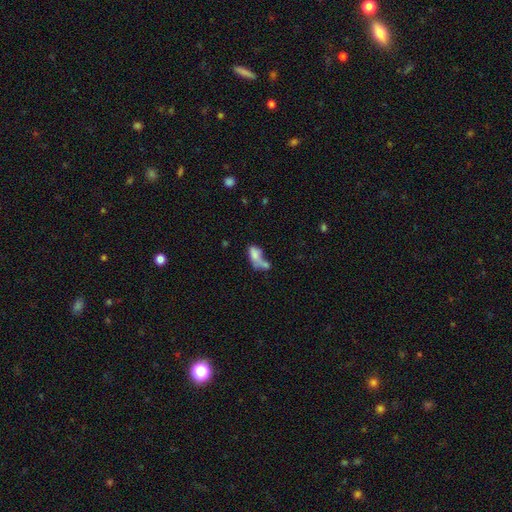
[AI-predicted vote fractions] This is likely a smooth galaxy (66%). How rounded: clearly in between (82%). Merging: possibly merger (51%).